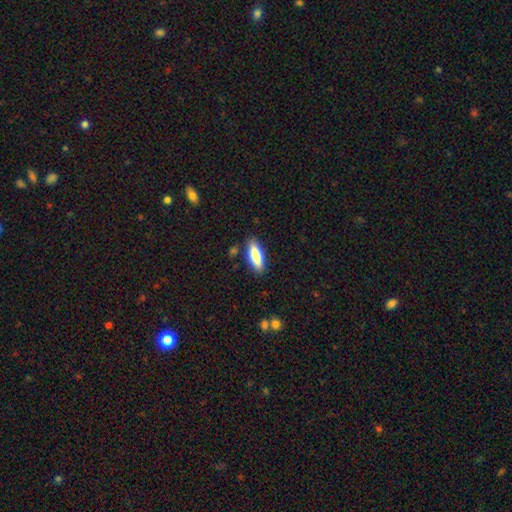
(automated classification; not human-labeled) The model was most divided on "how rounded": in between: 56%, cigar-shaped: 42%, round: 2%. More confident: merging — none (85%); smooth or featured — smooth (82%).